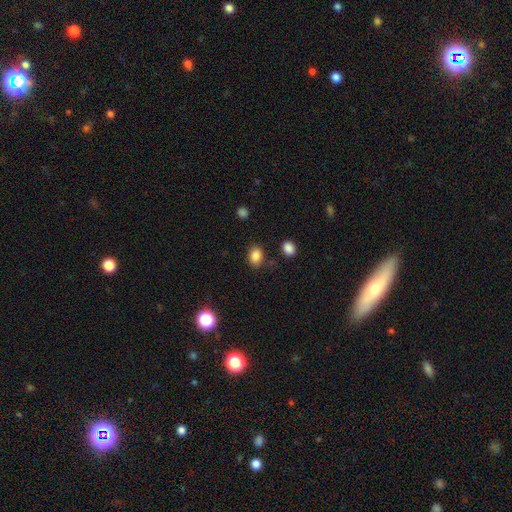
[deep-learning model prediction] Smooth or featured? smooth (86%)
How rounded? in between (68%)
Merging? none (80%)